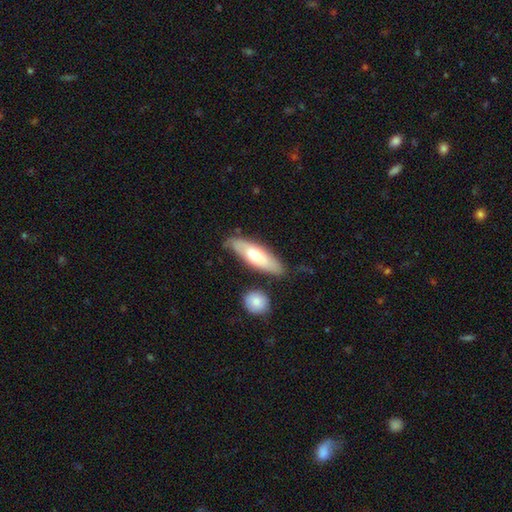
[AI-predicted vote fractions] Overall: smooth (55%; featured or disk 40%). How rounded: in between (50%; cigar-shaped 47%). Merging: none (71%).